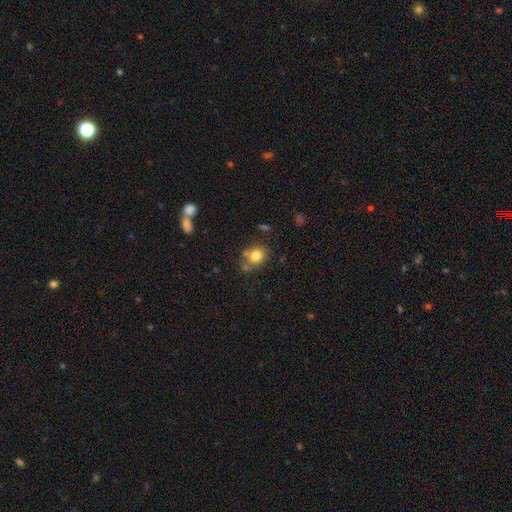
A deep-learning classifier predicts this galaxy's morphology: smooth 79%, star or artifact 11%, featured or disk 10%. Down the decision tree: how rounded — round (66%); merging — none (65%).